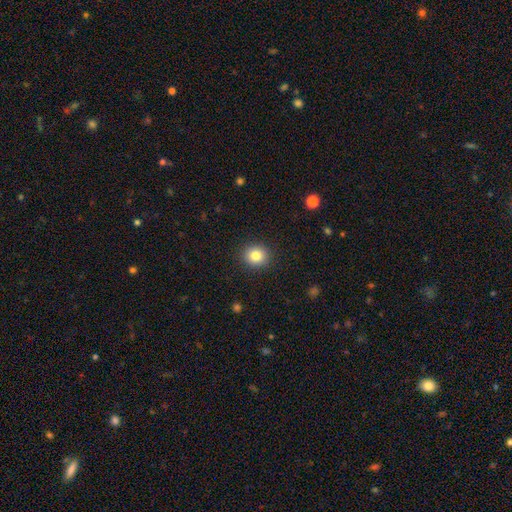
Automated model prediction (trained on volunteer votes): A smooth galaxy with no disk features (83%) that is round (81%).

Vote fractions:
- Smooth or featured? smooth: 83% / star or artifact: 10% / featured or disk: 7%
- How rounded? round: 81% / in between: 18% / cigar-shaped: 1%
- Merging? none: 91% / minor disturbance: 6% / major disturbance: 2% / merger: 1%